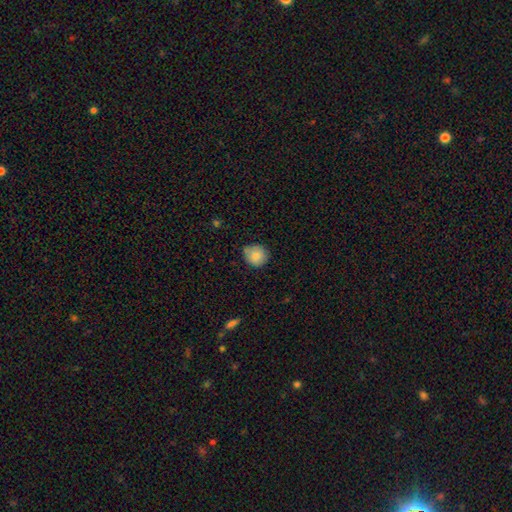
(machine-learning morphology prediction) This appears to be a smooth galaxy with no disk features (84%) that is round (90%). Merging: none (73%).